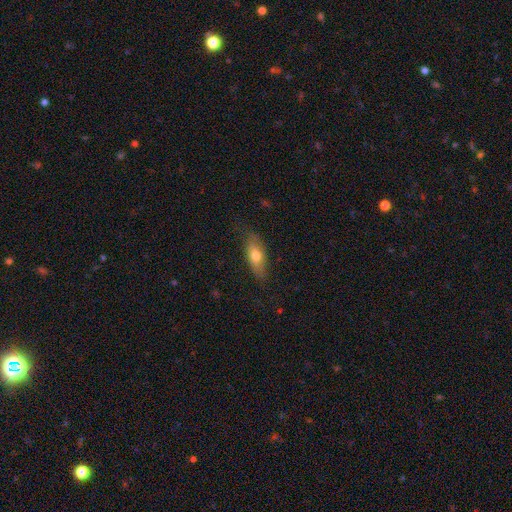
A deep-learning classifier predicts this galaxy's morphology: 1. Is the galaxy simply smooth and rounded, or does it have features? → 67% smooth, 27% featured or disk, 7% star or artifact.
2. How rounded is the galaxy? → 76% in between, 20% cigar-shaped, 3% round.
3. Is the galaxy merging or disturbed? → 74% none, 20% minor disturbance, 5% major disturbance, 1% merger.